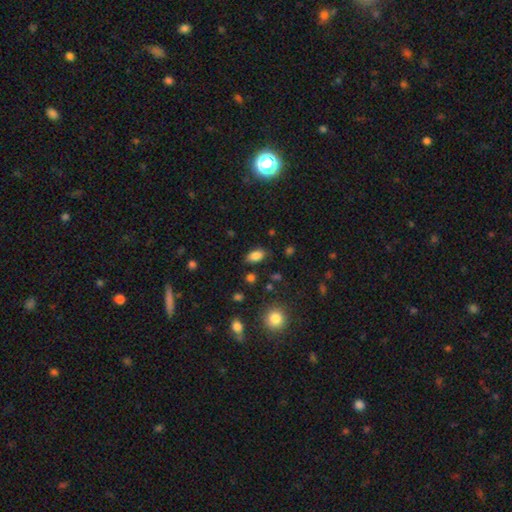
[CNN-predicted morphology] smooth-or-featured: smooth: 83% | star or artifact: 11% | featured or disk: 6%
  how-rounded: in between: 90% | round: 8% | cigar-shaped: 3%
  merging: none: 82% | minor disturbance: 13% | major disturbance: 3% | merger: 2%